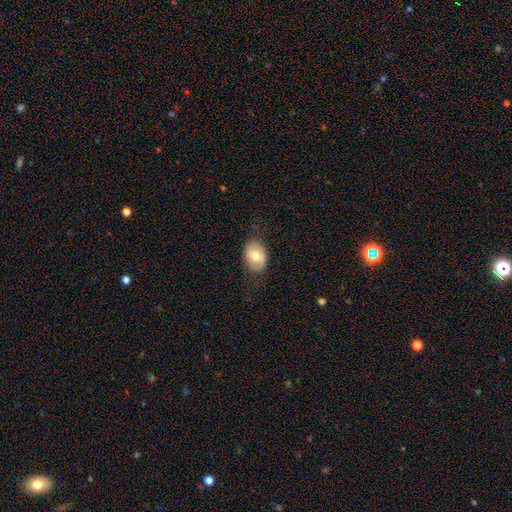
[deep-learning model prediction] The model was most divided on "smooth or featured": smooth: 67%, featured or disk: 26%, star or artifact: 7%. More confident: how rounded — in between (78%); merging — none (76%).